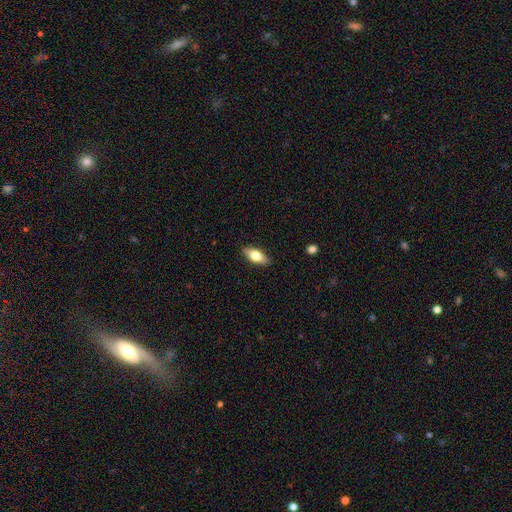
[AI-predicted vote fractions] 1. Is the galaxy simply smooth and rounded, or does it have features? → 62% smooth, 31% featured or disk, 6% star or artifact.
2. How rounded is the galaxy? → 77% in between, 20% cigar-shaped, 3% round.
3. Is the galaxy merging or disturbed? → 88% none, 9% minor disturbance, 2% major disturbance, 1% merger.